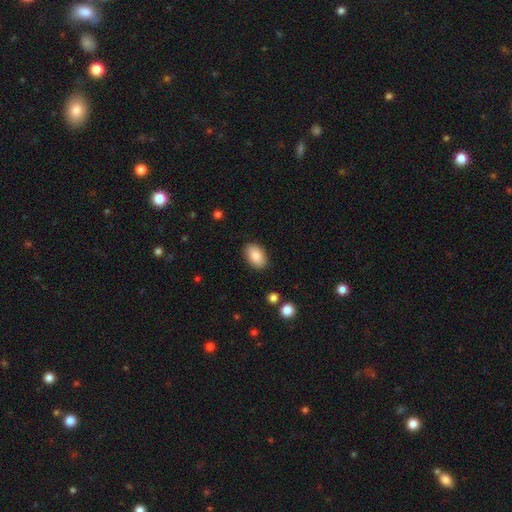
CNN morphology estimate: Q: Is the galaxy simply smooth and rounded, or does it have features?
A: smooth — 87%.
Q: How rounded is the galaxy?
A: in between — 92%.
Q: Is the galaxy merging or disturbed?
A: none — 88%.